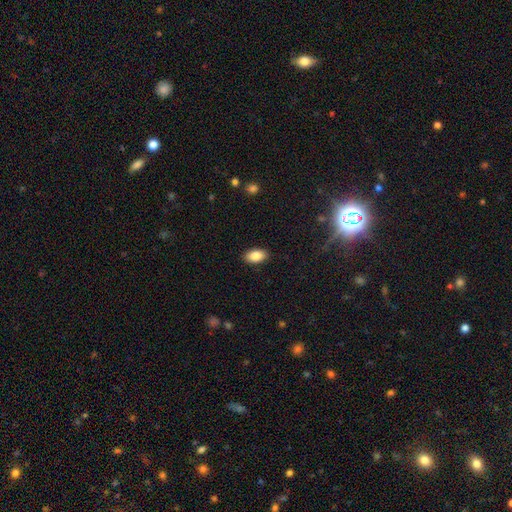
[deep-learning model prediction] A smooth galaxy with no disk features (86%) that is in between round and cigar-shaped (93%). Merging: none (89%).